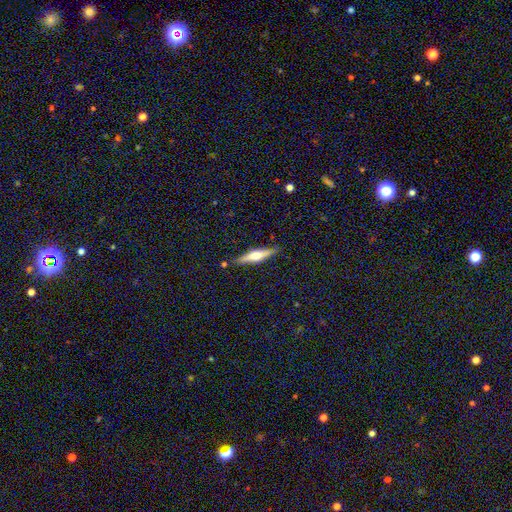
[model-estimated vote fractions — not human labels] The model was most divided on "smooth or featured": featured or disk: 54%, smooth: 39%, star or artifact: 7%. More confident: edge-on disk — yes (94%); merging — none (84%); edge-on bulge — rounded (83%).